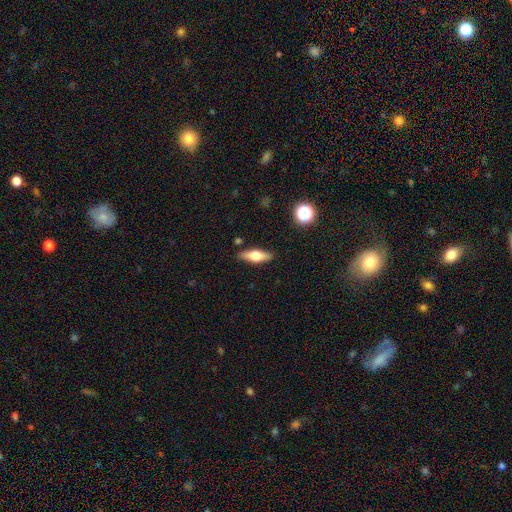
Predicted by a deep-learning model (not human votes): A smooth galaxy with no disk features (54%) that is in between round and cigar-shaped (56%). Merging: none (87%).